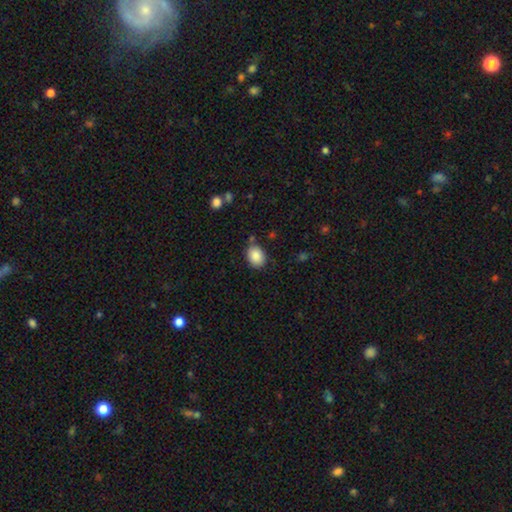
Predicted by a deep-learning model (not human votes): Smooth or featured?
  - smooth: 87% *
  - star or artifact: 8%
  - featured or disk: 5%
How rounded?
  - in between: 60% *
  - round: 39%
  - cigar-shaped: 1%
Merging?
  - none: 78% *
  - minor disturbance: 14%
  - merger: 5%
  - major disturbance: 3%